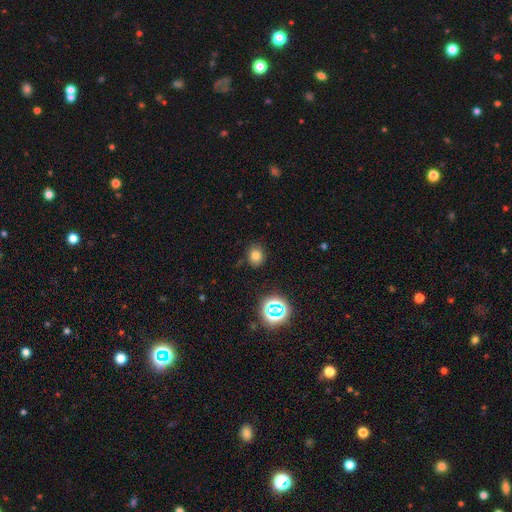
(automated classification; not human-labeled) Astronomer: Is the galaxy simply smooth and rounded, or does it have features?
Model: smooth — 74%.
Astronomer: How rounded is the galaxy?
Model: round — 65%.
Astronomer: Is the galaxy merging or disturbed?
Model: none — 82%.